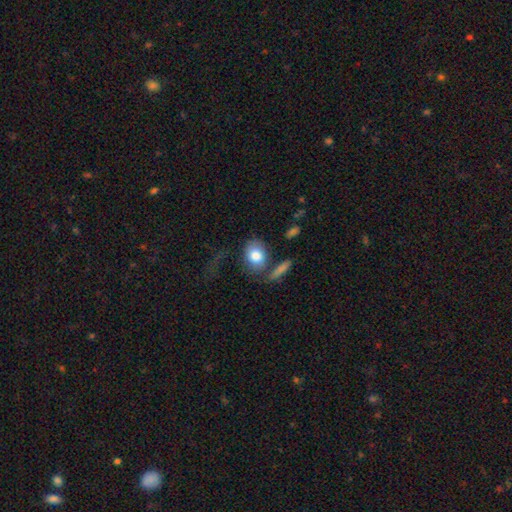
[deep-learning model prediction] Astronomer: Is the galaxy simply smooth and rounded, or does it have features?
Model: smooth — 80%.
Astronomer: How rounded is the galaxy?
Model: in between — 62%.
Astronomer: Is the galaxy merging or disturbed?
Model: none — 49%.